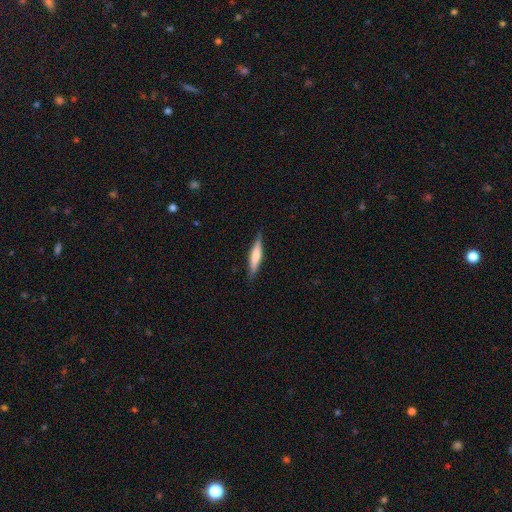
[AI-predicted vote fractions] This is possibly a smooth galaxy (59%). How rounded: clearly cigar-shaped (86%). Merging: clearly none (87%).